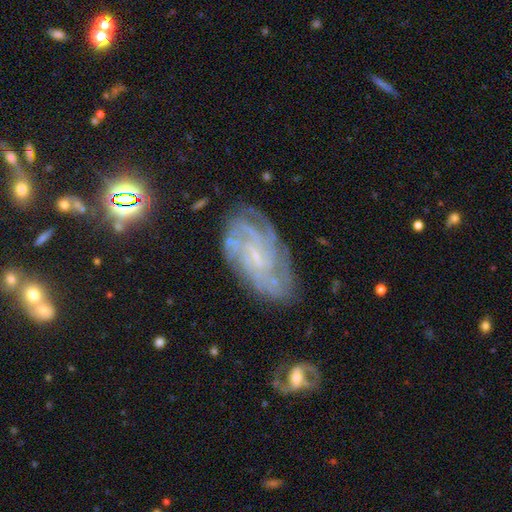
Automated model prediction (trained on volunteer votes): A featured or disk galaxy (80%) with no bar (53%), tight (61%) spiral arms (95%) and a small central bulge (74%).

Vote fractions:
- Smooth or featured? featured or disk: 80% / smooth: 10% / star or artifact: 9%
- Edge-on disk? no: 96% / yes: 4%
- Bar? no: 53% / weak: 38% / strong: 9%
- Spiral arms? yes: 95% / no: 5%
- Spiral winding? tight: 61% / medium: 31% / loose: 8%
- Spiral arm count? can't tell: 35% / 4: 22% / more than 4: 14% / 3: 13% / 2: 10% / 1: 7%
- Bulge size? small: 74% / none: 13% / moderate: 11% / large: 1% / dominant: 1%
- Merging? none: 72% / minor disturbance: 18% / major disturbance: 7% / merger: 3%